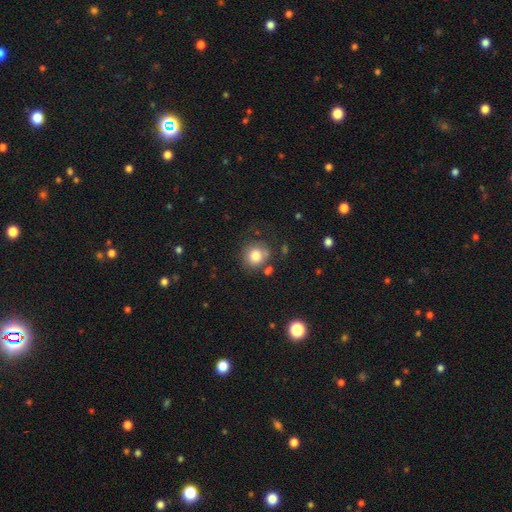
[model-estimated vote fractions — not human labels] Overall: smooth (81%). How rounded: round (86%). Merging: none (71%).